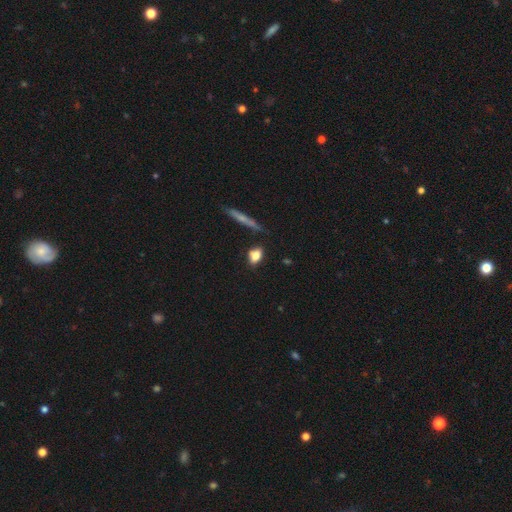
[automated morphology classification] type=smooth (79%); roundness=in between (76%); merging=none (76%).